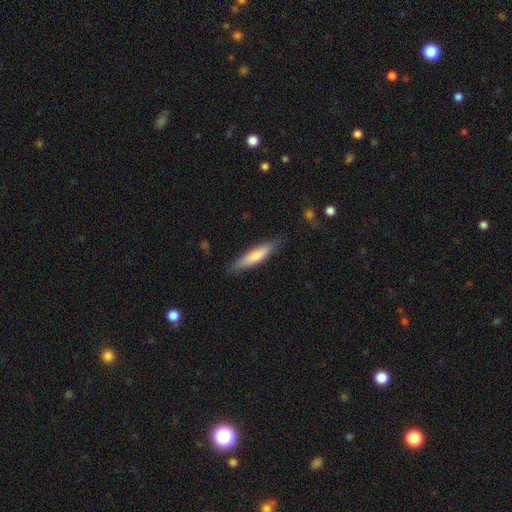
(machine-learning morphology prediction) A smooth galaxy with no disk features (67%) that is cigar-shaped (78%).

Vote fractions:
- Smooth or featured? smooth: 67% / featured or disk: 27% / star or artifact: 6%
- How rounded? cigar-shaped: 78% / in between: 21% / round: 1%
- Merging? none: 79% / minor disturbance: 17% / major disturbance: 3% / merger: 1%